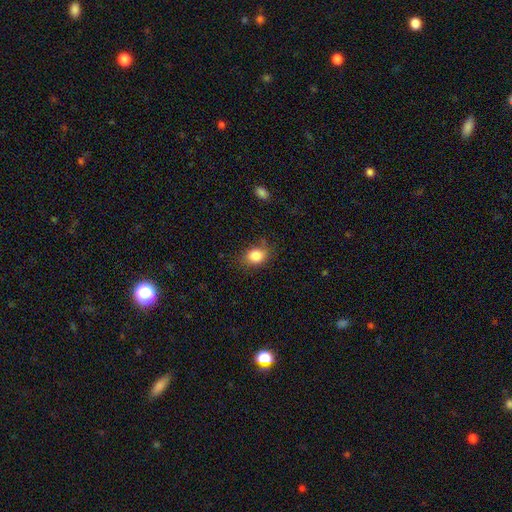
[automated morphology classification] type=smooth (85%); roundness=in between (61%); merging=none (75%).